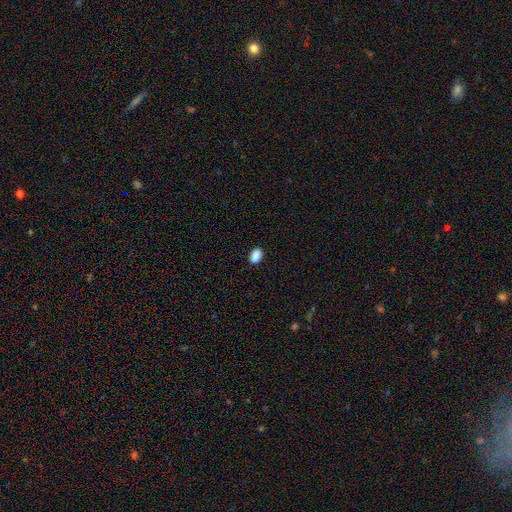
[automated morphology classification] Overall: smooth (89%). How rounded: in between (89%). Merging: none (89%).